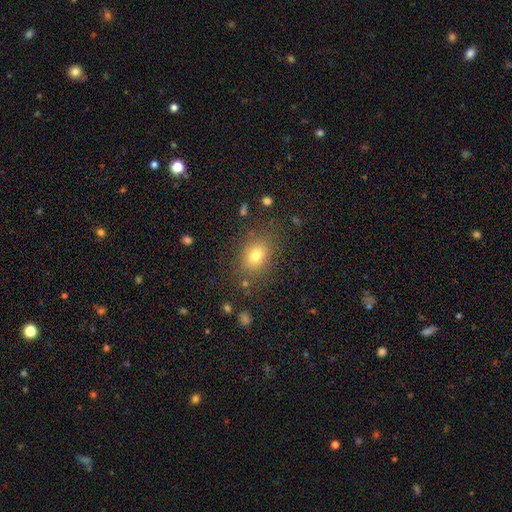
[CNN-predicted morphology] smooth 76%, star or artifact 13%, featured or disk 11%. Down the decision tree: how rounded — in between (63%); merging — none (79%).